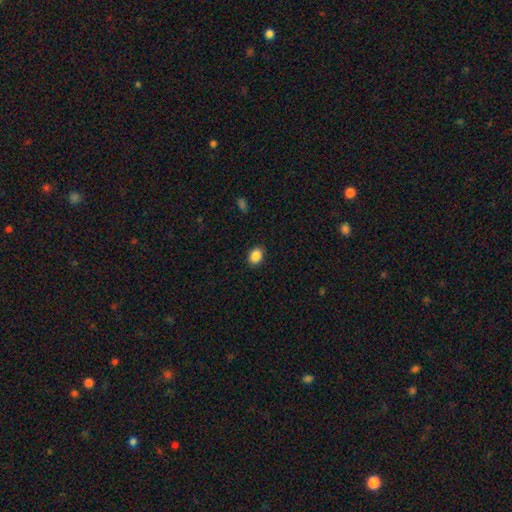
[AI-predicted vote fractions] A smooth galaxy with no disk features (88%) that is in between round and cigar-shaped (69%). Merging: none (89%).